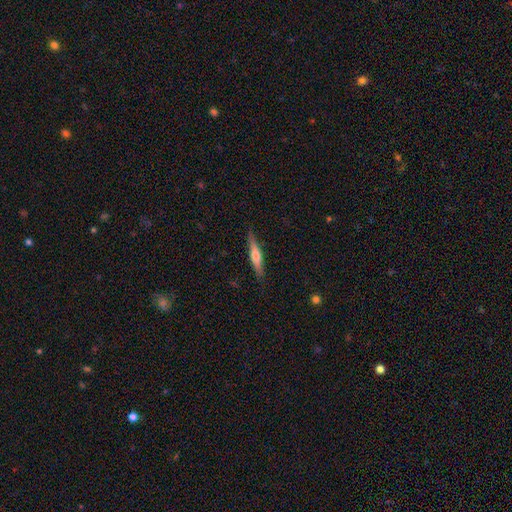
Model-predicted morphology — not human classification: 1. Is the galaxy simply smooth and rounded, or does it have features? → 51% featured or disk, 43% smooth, 6% star or artifact.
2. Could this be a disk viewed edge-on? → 95% yes, 5% no.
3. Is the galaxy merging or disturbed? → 87% none, 10% minor disturbance, 2% major disturbance, 1% merger.